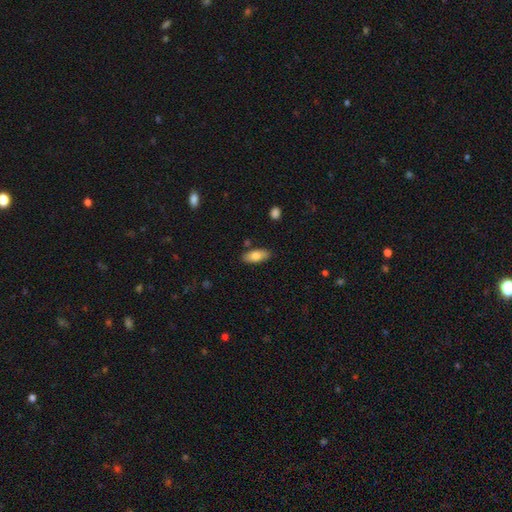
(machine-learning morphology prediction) Smooth or featured: smooth — 77% (featured or disk — 17%)
How rounded: in between — 84% (cigar-shaped — 14%)
Merging: none — 85% (minor disturbance — 11%)